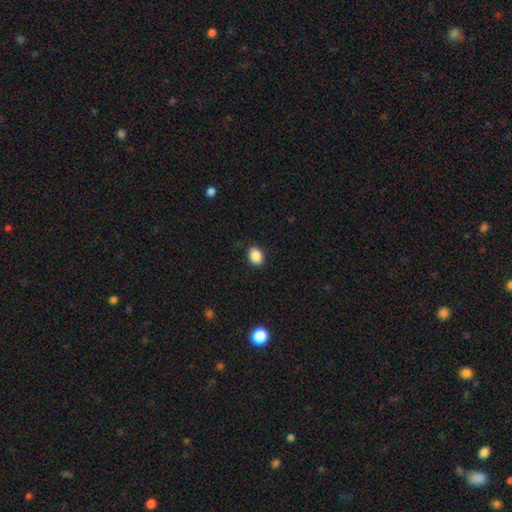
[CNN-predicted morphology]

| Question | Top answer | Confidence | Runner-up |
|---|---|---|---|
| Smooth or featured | smooth | 88% | star or artifact (9%) |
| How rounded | in between | 61% | round (38%) |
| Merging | none | 89% | minor disturbance (8%) |